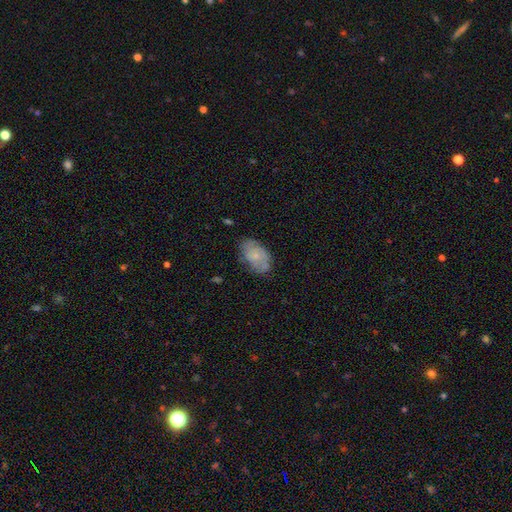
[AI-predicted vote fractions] Morphology: type=smooth (51%); roundness=in between (90%); merging=none (66%).